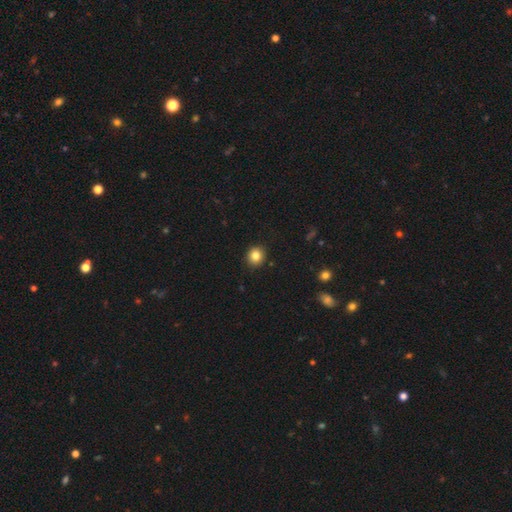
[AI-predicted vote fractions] A smooth galaxy with no disk features (83%) that is round (85%).

Vote fractions:
- Smooth or featured? smooth: 83% / star or artifact: 11% / featured or disk: 6%
- How rounded? round: 85% / in between: 14% / cigar-shaped: 1%
- Merging? none: 91% / minor disturbance: 6% / major disturbance: 2% / merger: 1%